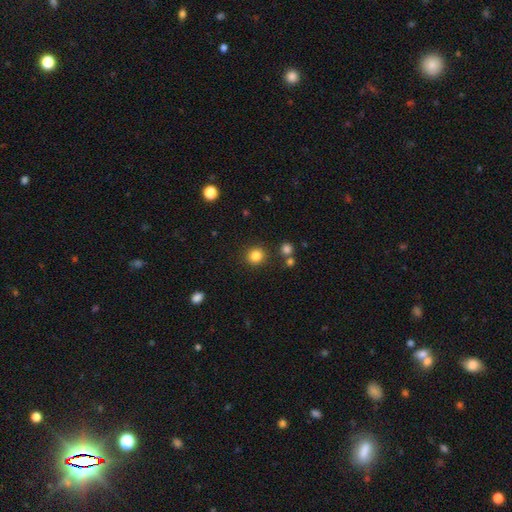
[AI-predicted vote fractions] smooth_or_featured: smooth (p=0.83) [alt: star or artifact p=0.12]
how_rounded: round (p=0.88) [alt: in between p=0.11]
merging: none (p=0.87) [alt: minor disturbance p=0.07]